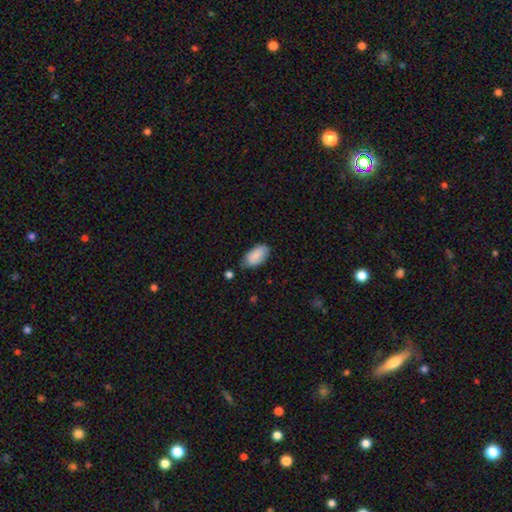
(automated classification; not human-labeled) Overall: smooth (86%). How rounded: in between (95%). Merging: none (65%; minor disturbance 26%).